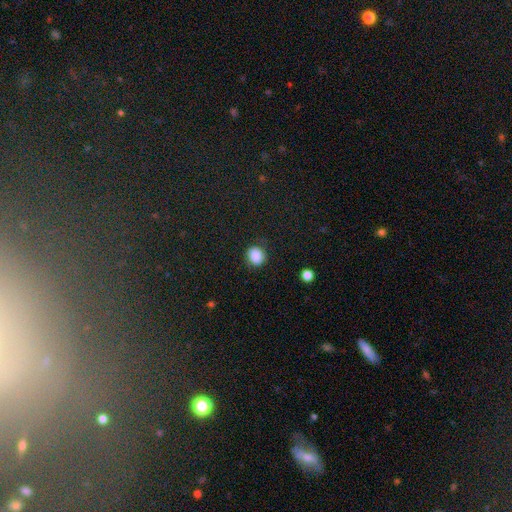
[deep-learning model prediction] smooth-or-featured: smooth: 86% | star or artifact: 9% | featured or disk: 5%
  how-rounded: round: 76% | in between: 23% | cigar-shaped: 1%
  merging: none: 83% | minor disturbance: 12% | major disturbance: 4% | merger: 1%